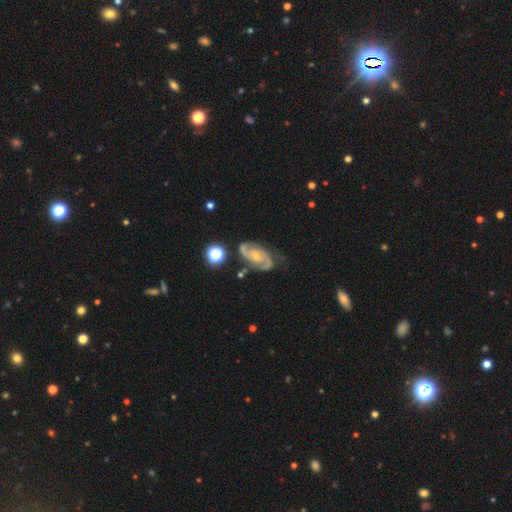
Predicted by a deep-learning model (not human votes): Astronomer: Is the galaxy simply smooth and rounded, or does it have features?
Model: featured or disk — 89%.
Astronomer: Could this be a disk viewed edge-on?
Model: no — 97%.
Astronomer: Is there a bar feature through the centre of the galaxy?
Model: no — 57% (runner-up: weak, 34%).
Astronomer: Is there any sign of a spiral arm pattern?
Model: yes — 98%.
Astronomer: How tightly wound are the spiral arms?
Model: medium — 52% (runner-up: tight, 38%).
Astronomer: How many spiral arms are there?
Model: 2 — 88%.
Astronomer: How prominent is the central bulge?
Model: small — 60%.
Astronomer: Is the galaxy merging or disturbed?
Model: none — 73%.